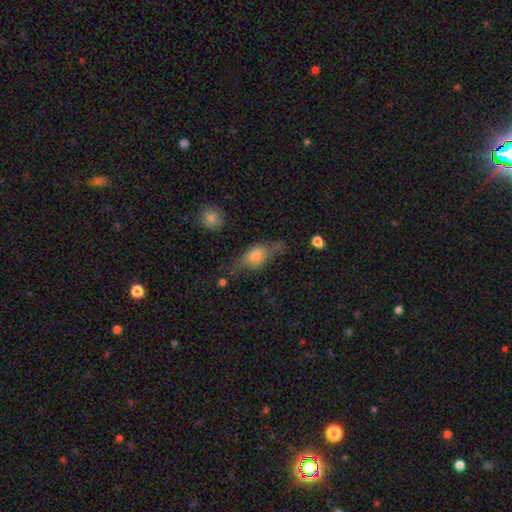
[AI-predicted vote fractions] This appears to be a smooth galaxy with no disk features (54%) that is in between round and cigar-shaped (71%). Merging: none (53%).